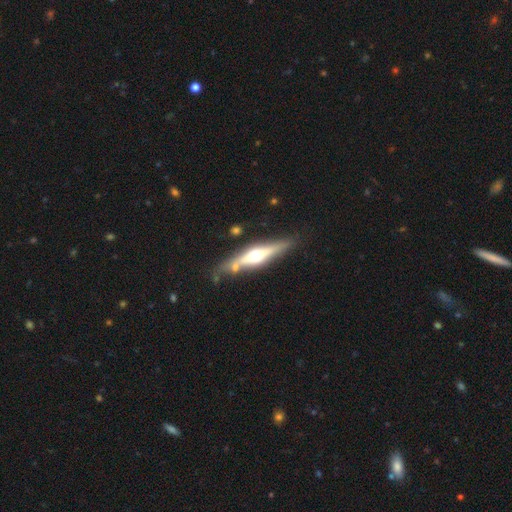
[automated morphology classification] type=featured or disk (68%); edge-on=yes (94%); edge-on bulge=rounded (92%); merging=none (75%).